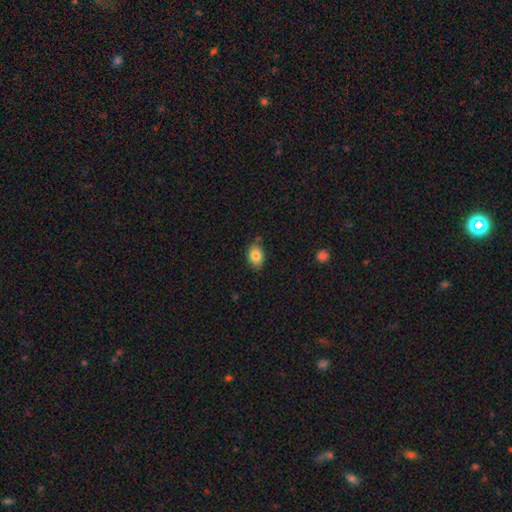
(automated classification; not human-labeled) This is clearly a smooth galaxy (85%). How rounded: likely in between (77%). Merging: likely none (78%).